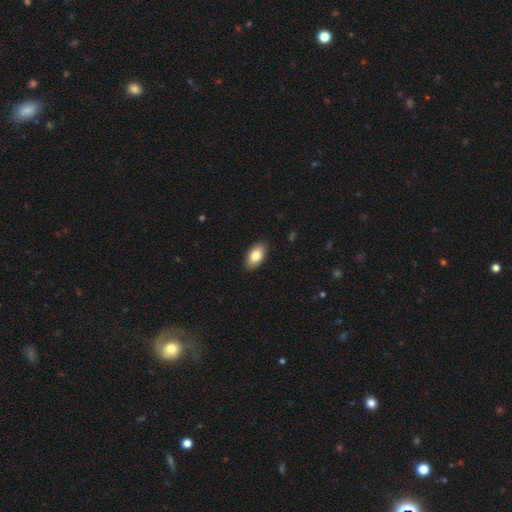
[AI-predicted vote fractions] smooth-or-featured: smooth: 83% | featured or disk: 10% | star or artifact: 7%
  how-rounded: in between: 93% | round: 4% | cigar-shaped: 2%
  merging: none: 90% | minor disturbance: 8% | major disturbance: 2% | merger: 1%